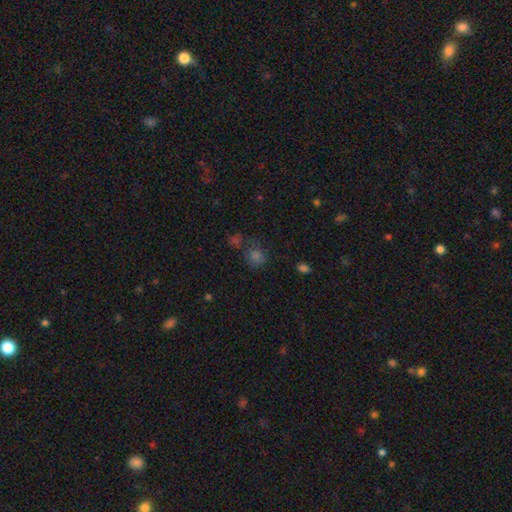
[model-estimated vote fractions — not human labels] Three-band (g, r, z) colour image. It shows a smooth galaxy with no disk features (60%) that is round (79%). Merging: none (64%).